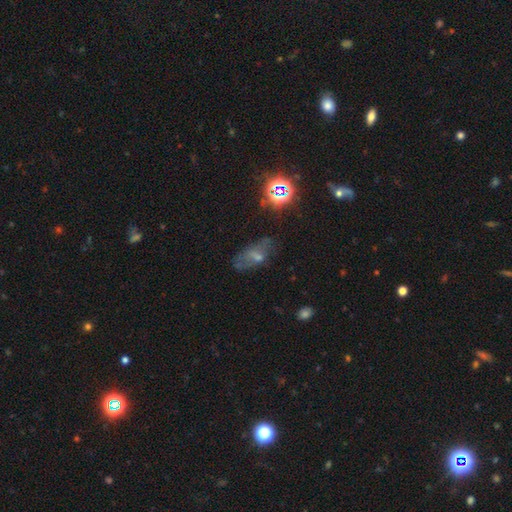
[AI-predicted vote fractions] Smooth or featured? smooth (41%)
Merging? none (49%)